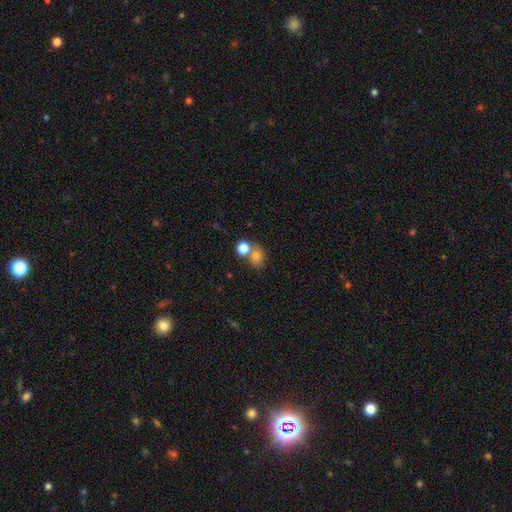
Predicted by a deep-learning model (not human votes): Overall: smooth (78%). How rounded: round (65%; in between 34%). Merging: none (48%; merger 39%).